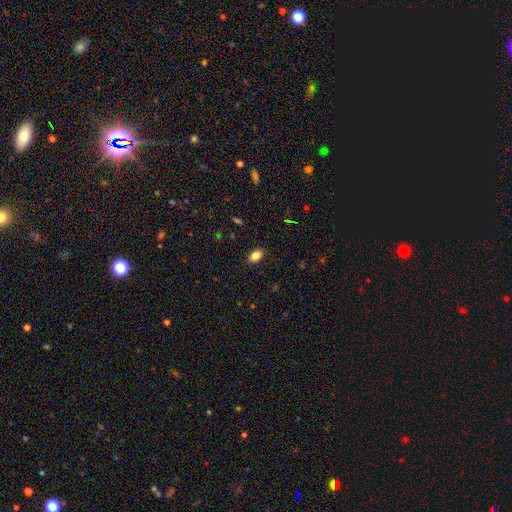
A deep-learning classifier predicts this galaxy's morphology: A smooth galaxy with no disk features (84%) that is in between round and cigar-shaped (86%). Merging: none (89%).